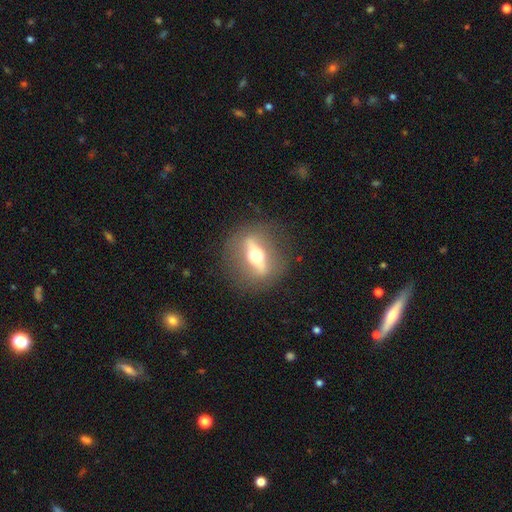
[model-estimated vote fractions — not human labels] A featured or disk galaxy (74%) viewed edge-on (63%).

Vote fractions:
- Smooth or featured? featured or disk: 74% / smooth: 19% / star or artifact: 7%
- Edge-on disk? yes: 63% / no: 37%
- Merging? none: 83% / minor disturbance: 10% / major disturbance: 6% / merger: 1%